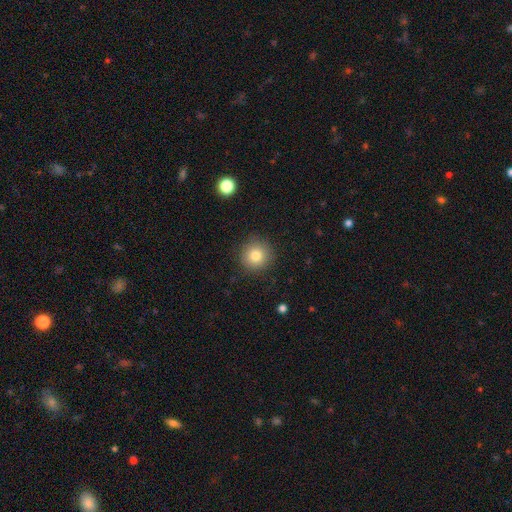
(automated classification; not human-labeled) Smooth or featured: smooth — 81% (star or artifact — 11%)
How rounded: round — 94% (in between — 5%)
Merging: none — 90% (minor disturbance — 6%)